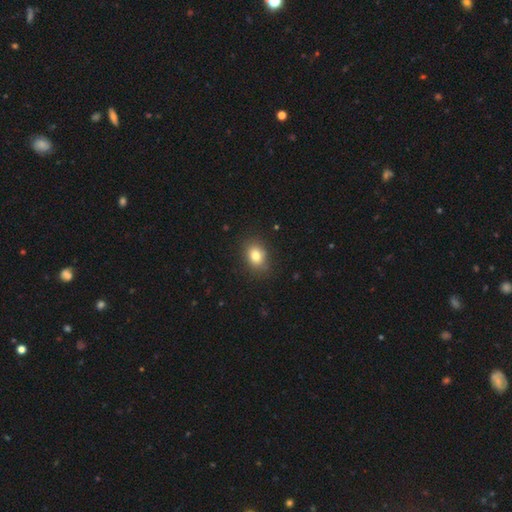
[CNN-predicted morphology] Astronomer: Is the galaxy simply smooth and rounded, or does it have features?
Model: smooth — 81%.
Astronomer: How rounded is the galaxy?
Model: in between — 58% (runner-up: round, 41%).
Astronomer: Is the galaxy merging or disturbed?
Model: none — 83%.